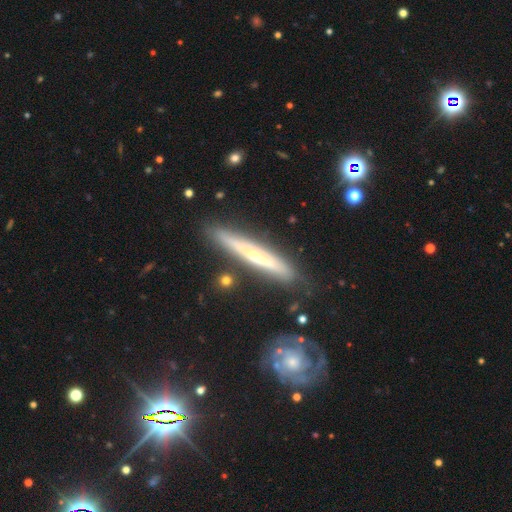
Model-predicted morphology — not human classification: Smooth or featured? featured or disk (67%)
Edge-on disk? yes (88%)
Edge-on bulge? rounded (72%)
Merging? none (84%)